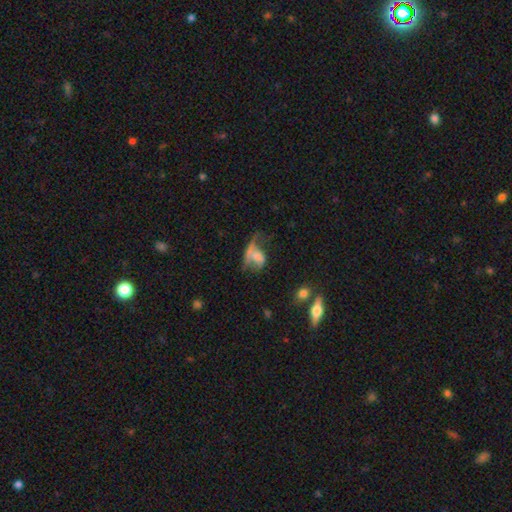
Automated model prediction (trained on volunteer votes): Overall: smooth (45%; featured or disk 41%). Merging: major disturbance (45%; none 20%).